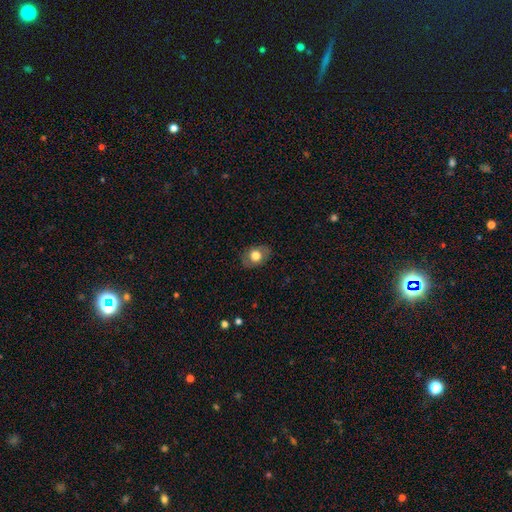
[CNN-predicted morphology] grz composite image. It shows a smooth galaxy with no disk features (67%) that is in between round and cigar-shaped (68%). Merging: none (82%).